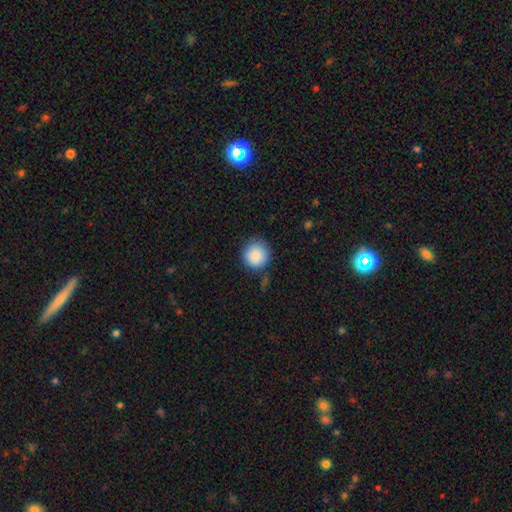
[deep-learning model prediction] This is clearly a smooth galaxy (88%). How rounded: clearly round (92%). Merging: clearly none (81%).